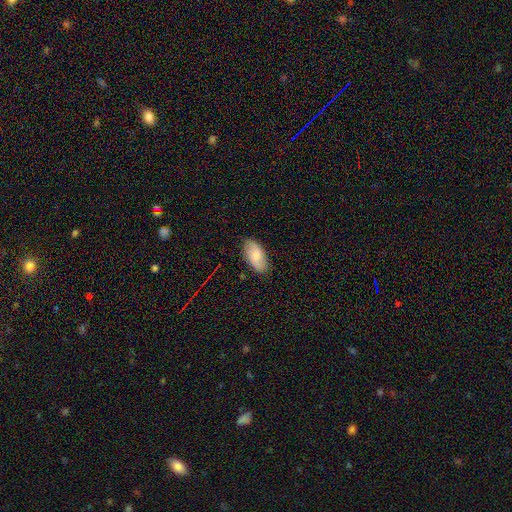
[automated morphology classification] This appears to be a smooth galaxy with no disk features (75%) that is in between round and cigar-shaped (93%). Merging: none (83%).